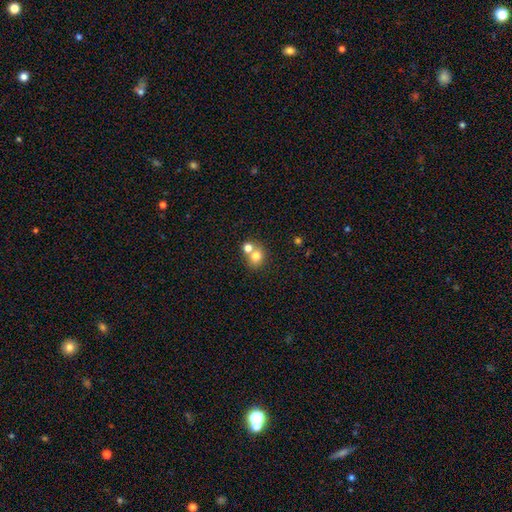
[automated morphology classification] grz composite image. It shows a smooth galaxy with no disk features (75%) that is round (74%). Merging: merger (46%).